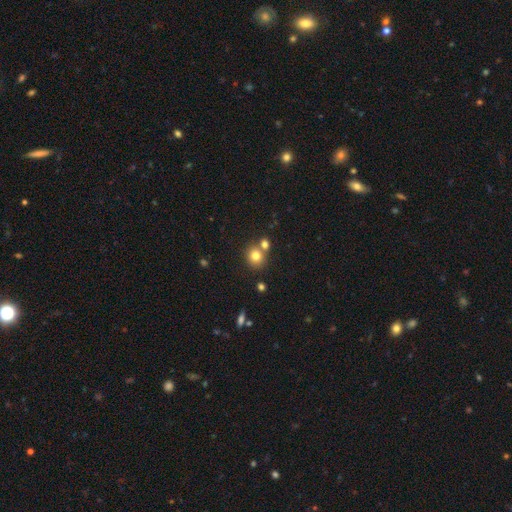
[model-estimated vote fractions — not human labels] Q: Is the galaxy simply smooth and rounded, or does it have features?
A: smooth — 78%.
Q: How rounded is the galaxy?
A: round — 84%.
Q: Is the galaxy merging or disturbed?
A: none — 63%.